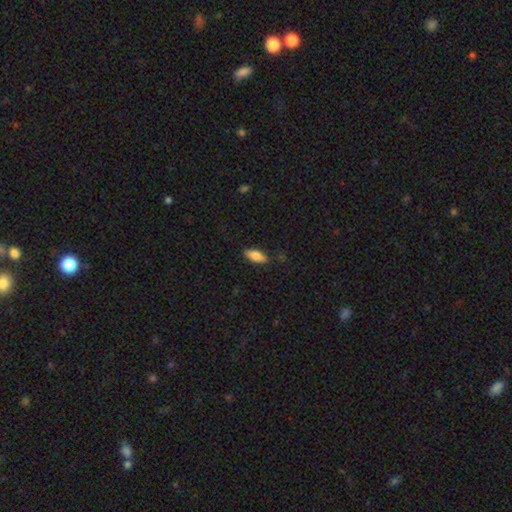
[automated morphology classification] This is likely a smooth galaxy (79%). How rounded: likely in between (75%). Merging: clearly none (85%).